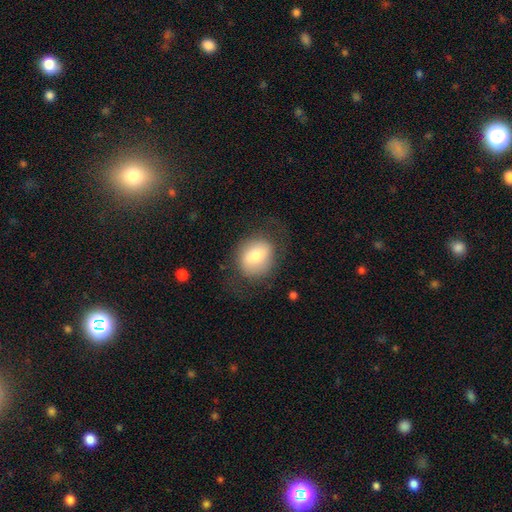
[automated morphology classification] Smooth or featured?
  - smooth: 64% *
  - featured or disk: 29%
  - star or artifact: 8%
How rounded?
  - round: 64% *
  - in between: 35%
  - cigar-shaped: 1%
Merging?
  - none: 71% *
  - minor disturbance: 17%
  - major disturbance: 11%
  - merger: 1%